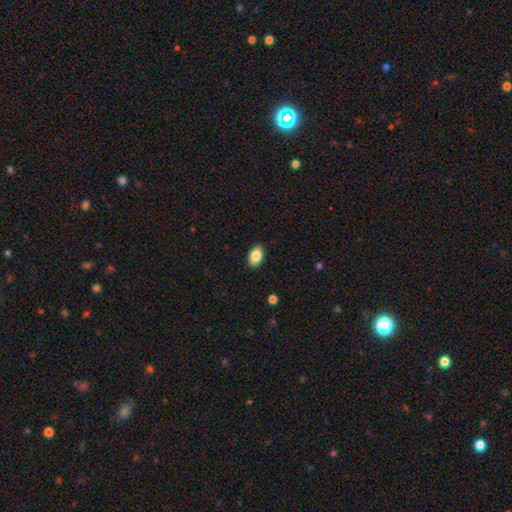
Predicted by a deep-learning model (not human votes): This appears to be a smooth galaxy with no disk features (86%) that is in between round and cigar-shaped (90%). Merging: none (89%).